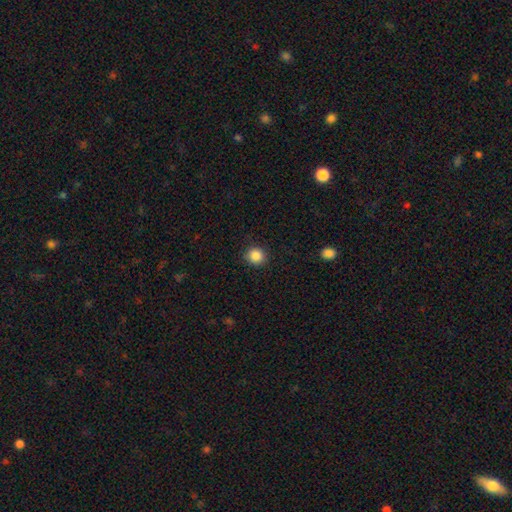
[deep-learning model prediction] Overall: smooth (87%). How rounded: round (87%). Merging: none (90%).